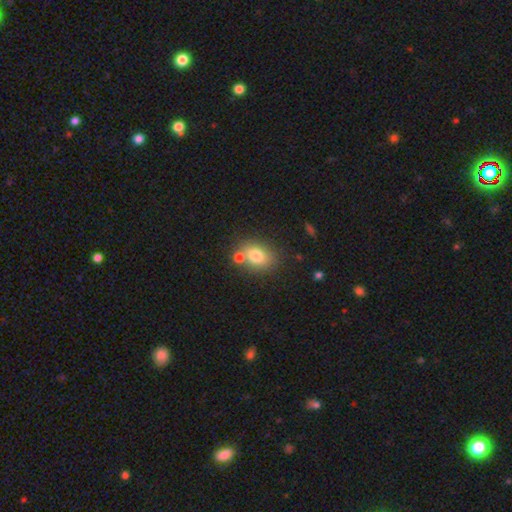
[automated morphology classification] This appears to be a smooth galaxy with no disk features (78%) that is in between round and cigar-shaped (65%). Merging: none (63%).